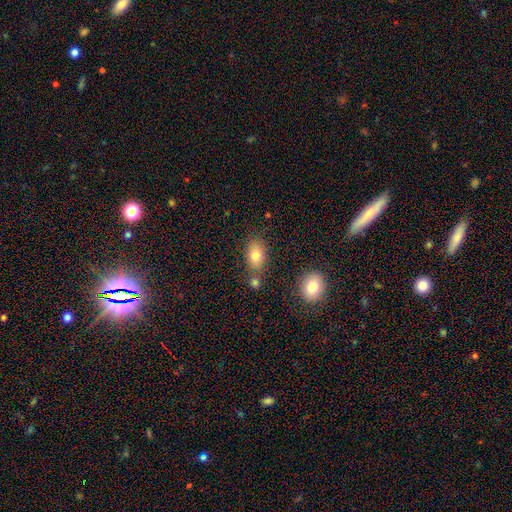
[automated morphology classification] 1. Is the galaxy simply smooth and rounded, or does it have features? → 78% smooth, 12% featured or disk, 10% star or artifact.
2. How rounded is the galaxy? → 83% in between, 15% round, 3% cigar-shaped.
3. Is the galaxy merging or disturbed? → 69% none, 14% merger, 13% minor disturbance, 4% major disturbance.